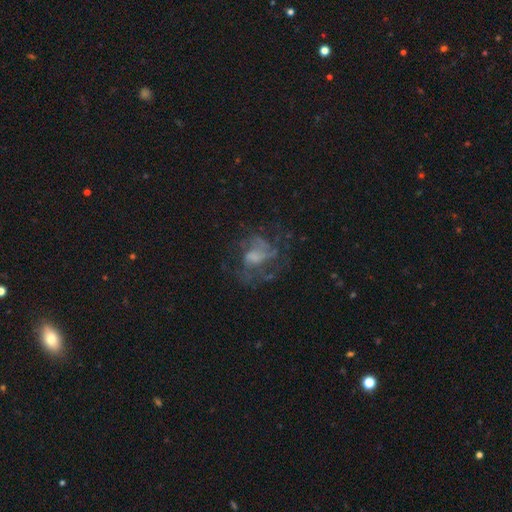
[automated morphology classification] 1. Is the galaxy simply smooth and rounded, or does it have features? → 66% featured or disk, 21% smooth, 14% star or artifact.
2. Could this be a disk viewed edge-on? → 97% no, 3% yes.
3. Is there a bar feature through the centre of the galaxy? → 63% no, 30% weak, 7% strong.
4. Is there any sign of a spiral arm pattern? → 64% yes, 36% no.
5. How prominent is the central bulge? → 36% none, 28% moderate, 24% small, 11% large, 2% dominant.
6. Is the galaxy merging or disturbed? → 48% none, 32% major disturbance, 17% minor disturbance, 3% merger.